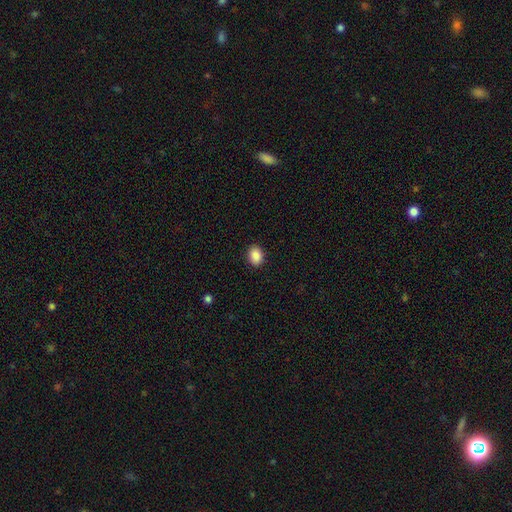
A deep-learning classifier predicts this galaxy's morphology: A smooth galaxy with no disk features (90%) that is in between round and cigar-shaped (69%). Merging: none (90%).